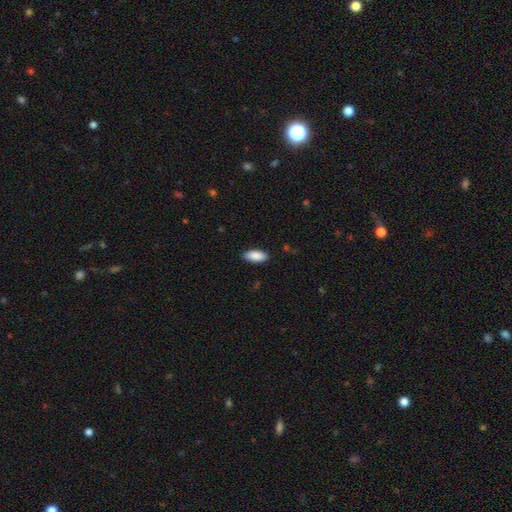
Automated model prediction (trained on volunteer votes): Q: Smooth or featured?
A: smooth (89%); runner-up: star or artifact (6%)
Q: How rounded?
A: in between (87%); runner-up: cigar-shaped (12%)
Q: Merging?
A: none (88%); runner-up: minor disturbance (9%)